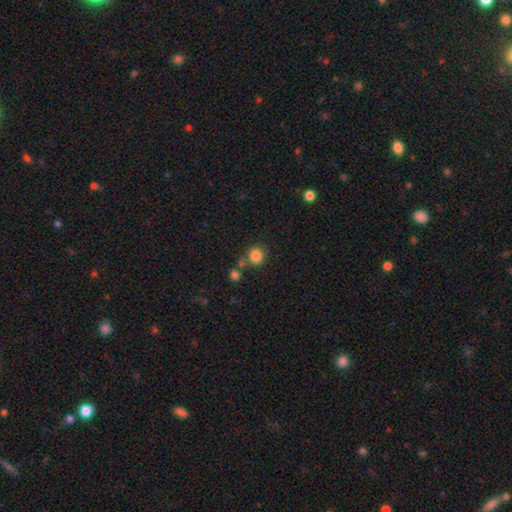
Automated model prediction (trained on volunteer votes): Q: Smooth or featured?
A: smooth (84%); runner-up: star or artifact (11%)
Q: How rounded?
A: round (82%); runner-up: in between (17%)
Q: Merging?
A: none (69%); runner-up: merger (15%)